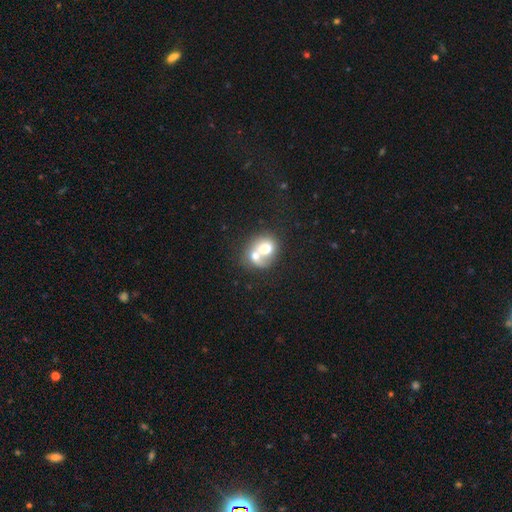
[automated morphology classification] type=smooth (62%); roundness=round (58%); merging=merger (73%).